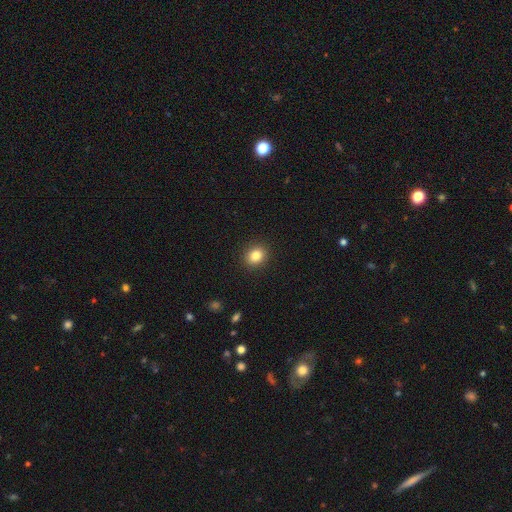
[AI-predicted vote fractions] Q: Smooth or featured?
A: smooth (84%); runner-up: star or artifact (10%)
Q: How rounded?
A: round (65%); runner-up: in between (34%)
Q: Merging?
A: none (91%); runner-up: minor disturbance (6%)